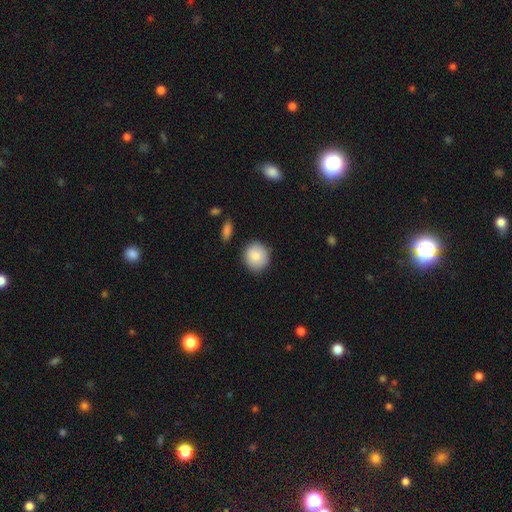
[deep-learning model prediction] A smooth galaxy with no disk features (84%) that is round (81%).

Vote fractions:
- Smooth or featured? smooth: 84% / featured or disk: 8% / star or artifact: 7%
- How rounded? round: 81% / in between: 17% / cigar-shaped: 1%
- Merging? none: 83% / minor disturbance: 12% / major disturbance: 3% / merger: 2%